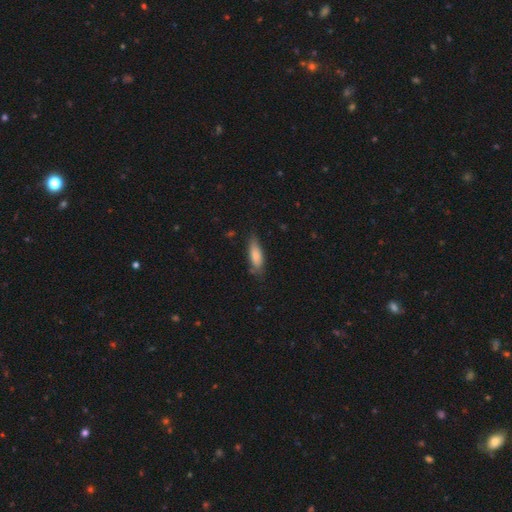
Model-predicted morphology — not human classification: smooth-or-featured: smooth: 82% | featured or disk: 12% | star or artifact: 6%
  how-rounded: in between: 56% | cigar-shaped: 42% | round: 2%
  merging: none: 72% | minor disturbance: 22% | major disturbance: 4% | merger: 2%